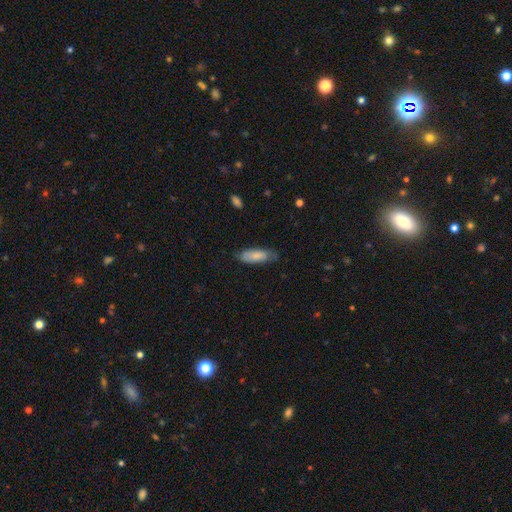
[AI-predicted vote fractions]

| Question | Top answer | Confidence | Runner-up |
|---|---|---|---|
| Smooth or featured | smooth | 80% | featured or disk (14%) |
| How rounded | in between | 67% | cigar-shaped (31%) |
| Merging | none | 68% | minor disturbance (25%) |